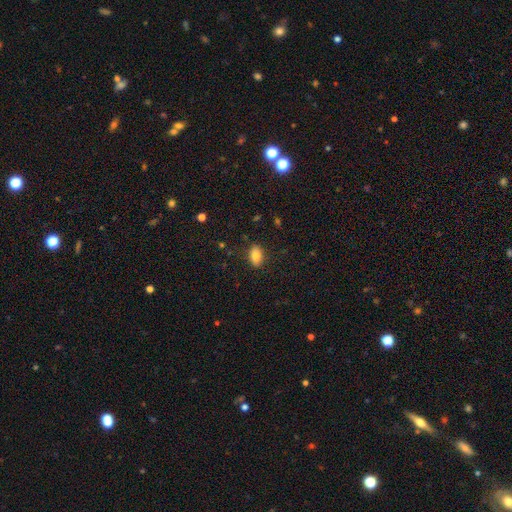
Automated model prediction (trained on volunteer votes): Q: Smooth or featured?
A: smooth (81%); runner-up: featured or disk (10%)
Q: How rounded?
A: in between (88%); runner-up: round (9%)
Q: Merging?
A: none (85%); runner-up: minor disturbance (11%)